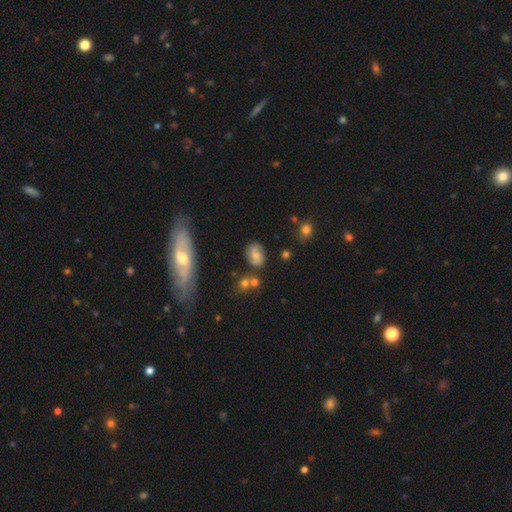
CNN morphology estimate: Smooth or featured? Predicted: smooth (p=0.51). How rounded? Predicted: in between (p=0.69). Merging? Predicted: none (p=0.70).